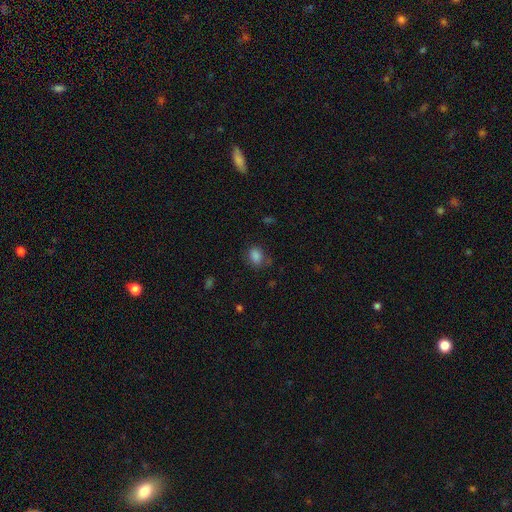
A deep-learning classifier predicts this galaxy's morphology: The model was most divided on "how rounded": in between: 57%, round: 42%, cigar-shaped: 1%. More confident: smooth or featured — smooth (84%); merging — none (68%).